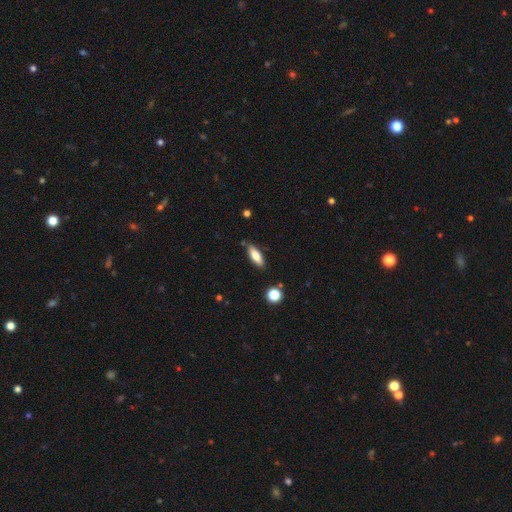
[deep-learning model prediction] Smooth or featured? smooth (75%)
How rounded? in between (60%)
Merging? none (81%)